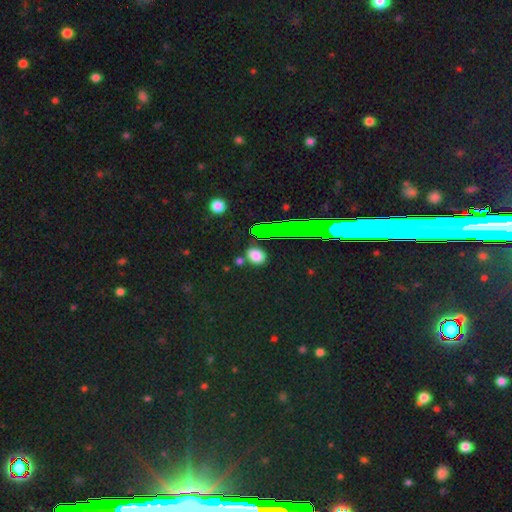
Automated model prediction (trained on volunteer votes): This is likely a smooth galaxy (71%). How rounded: possibly round (57%). Merging: clearly none (82%).